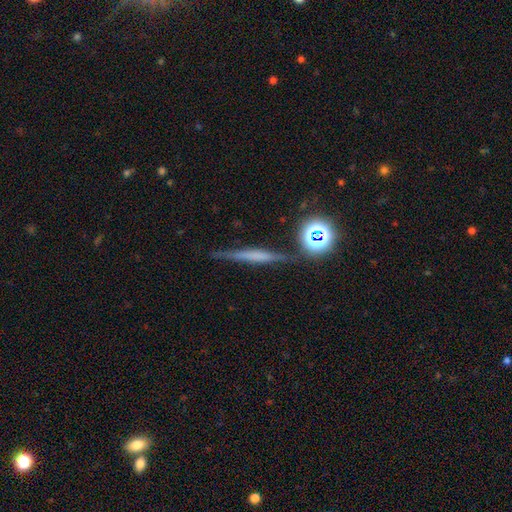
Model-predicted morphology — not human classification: Overall: featured or disk (47%; smooth 38%). Merging: none (79%).